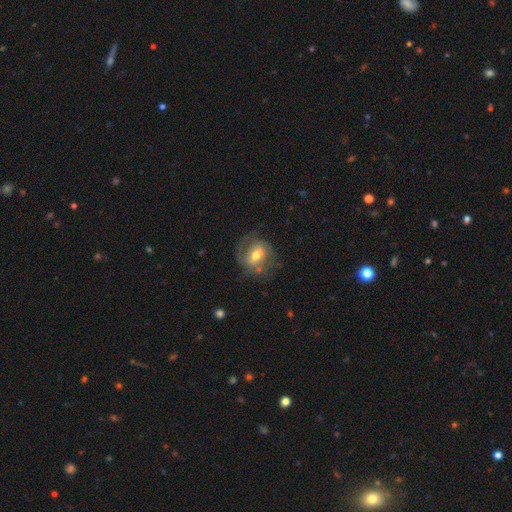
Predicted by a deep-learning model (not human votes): Q: Smooth or featured?
A: featured or disk (64%); runner-up: smooth (29%)
Q: Edge-on disk?
A: no (95%); runner-up: yes (5%)
Q: Bar?
A: weak (43%); runner-up: strong (34%)
Q: Spiral arms?
A: yes (74%); runner-up: no (26%)
Q: Bulge size?
A: moderate (67%); runner-up: small (21%)
Q: Merging?
A: none (61%); runner-up: minor disturbance (21%)